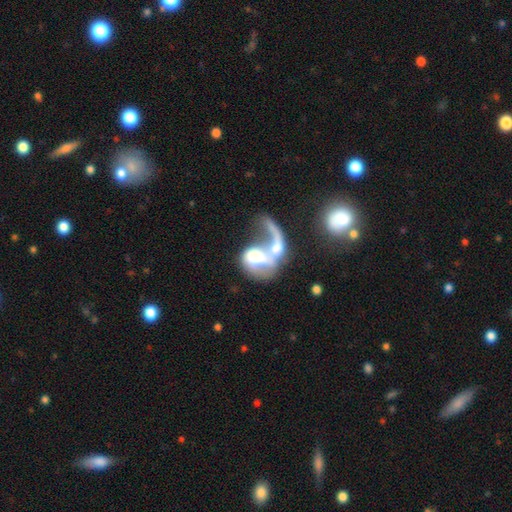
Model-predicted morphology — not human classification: type=featured or disk (55%); edge-on=no (96%); bar=no (68%); spiral arms=no (50%, tied with yes); bulge=moderate (32%); merging=merger (53%).